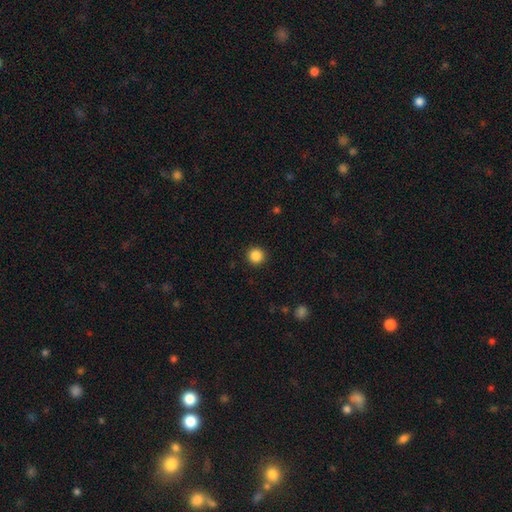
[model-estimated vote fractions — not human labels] Smooth or featured?
  - smooth: 87% *
  - star or artifact: 10%
  - featured or disk: 3%
How rounded?
  - round: 96% *
  - in between: 3%
  - cigar-shaped: 1%
Merging?
  - none: 93% *
  - minor disturbance: 5%
  - major disturbance: 2%
  - merger: 1%